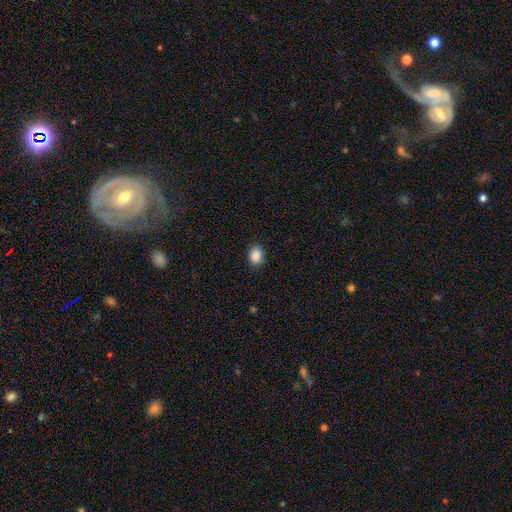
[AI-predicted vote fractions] Morphology: type=smooth (88%); roundness=in between (76%); merging=none (87%).